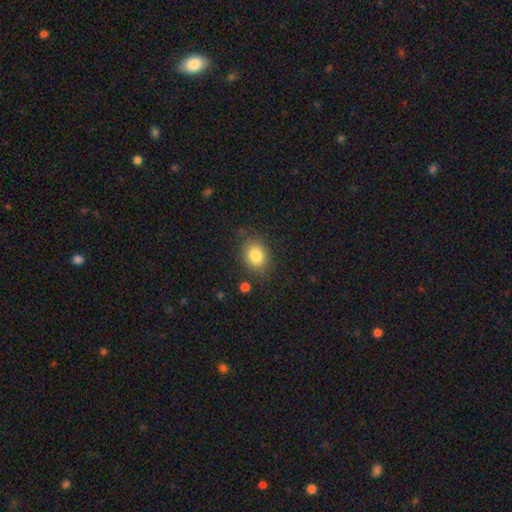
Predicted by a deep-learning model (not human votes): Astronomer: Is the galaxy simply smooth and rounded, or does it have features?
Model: smooth — 83%.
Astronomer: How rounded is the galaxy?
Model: in between — 60% (runner-up: round, 39%).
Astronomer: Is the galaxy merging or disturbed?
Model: none — 79%.